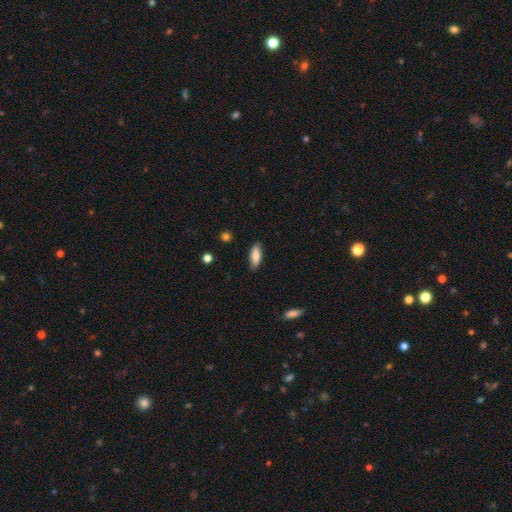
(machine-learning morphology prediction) This is clearly a smooth galaxy (82%). How rounded: likely in between (70%). Merging: clearly none (83%).